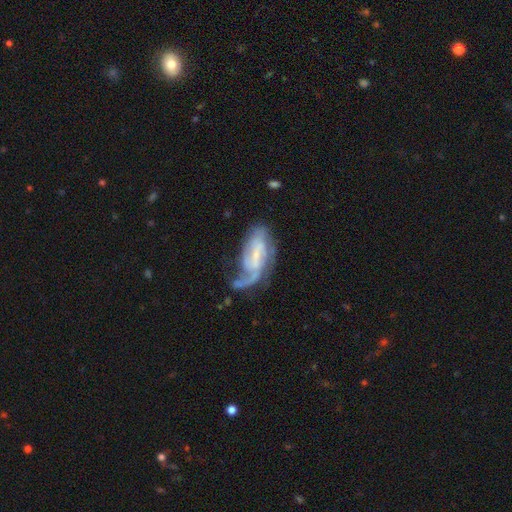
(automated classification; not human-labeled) This is likely a featured or disk galaxy (77%). It is clearly not viewed edge-on (93%). Bar: marginally weak (44%). Spiral arm pattern: clearly yes (89%). Spiral arm count: marginally 2 (34%). Spiral winding: marginally medium (40%). Central bulge: possibly small (54%). Merging: marginally none (35%).